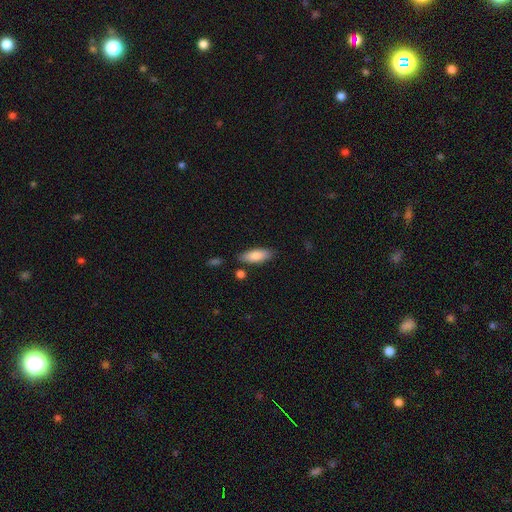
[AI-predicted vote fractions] A smooth galaxy with no disk features (83%) that is in between round and cigar-shaped (72%).

Vote fractions:
- Smooth or featured? smooth: 83% / featured or disk: 11% / star or artifact: 6%
- How rounded? in between: 72% / cigar-shaped: 26% / round: 2%
- Merging? none: 81% / minor disturbance: 12% / merger: 4% / major disturbance: 3%